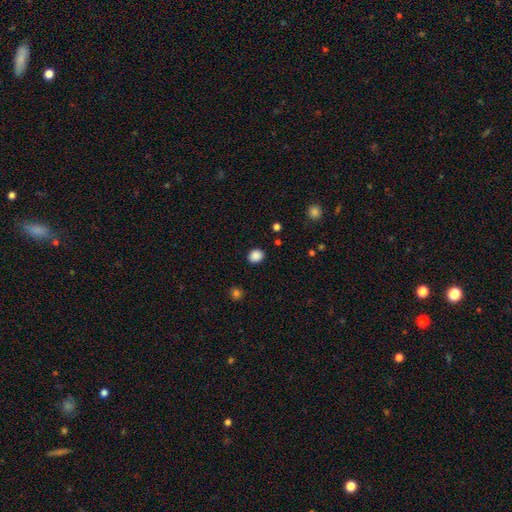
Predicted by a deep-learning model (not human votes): Smooth or featured?
  - smooth: 88% *
  - star or artifact: 10%
  - featured or disk: 3%
How rounded?
  - round: 59% *
  - in between: 40%
  - cigar-shaped: 1%
Merging?
  - none: 89% *
  - minor disturbance: 8%
  - major disturbance: 2%
  - merger: 1%